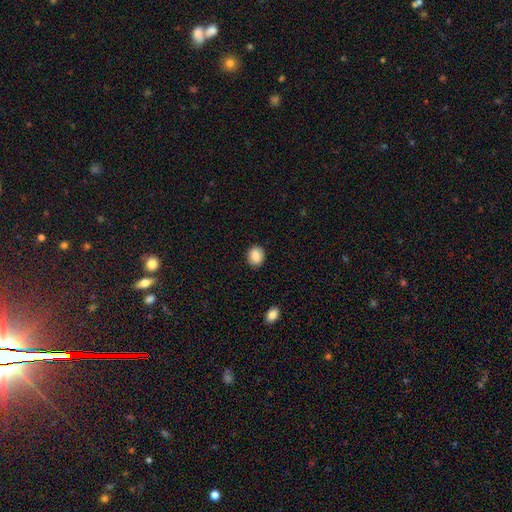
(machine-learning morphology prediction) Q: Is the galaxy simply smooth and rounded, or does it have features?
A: smooth — 85%.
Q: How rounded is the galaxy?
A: round — 57%.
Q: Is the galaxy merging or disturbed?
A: none — 88%.